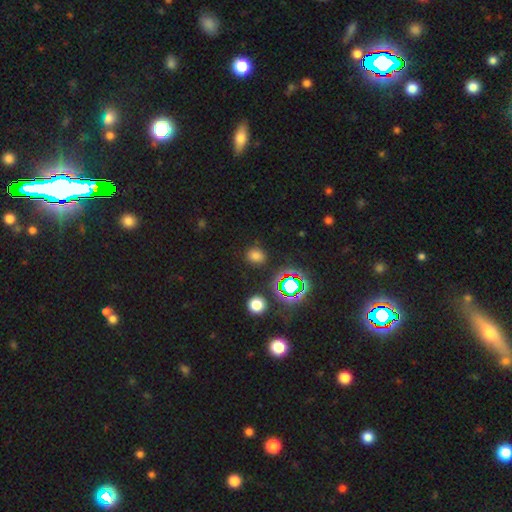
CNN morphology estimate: smooth 68%, star or artifact 26%, featured or disk 6%. Down the decision tree: how rounded — round (64%); merging — none (85%).